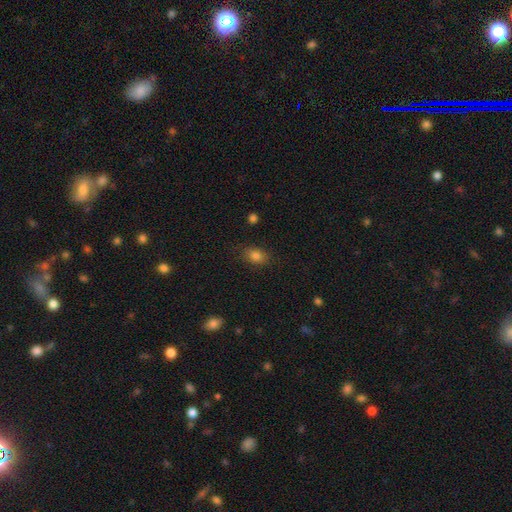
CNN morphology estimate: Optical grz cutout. It shows a smooth galaxy with no disk features (82%) that is in between round and cigar-shaped (73%). Merging: none (82%).